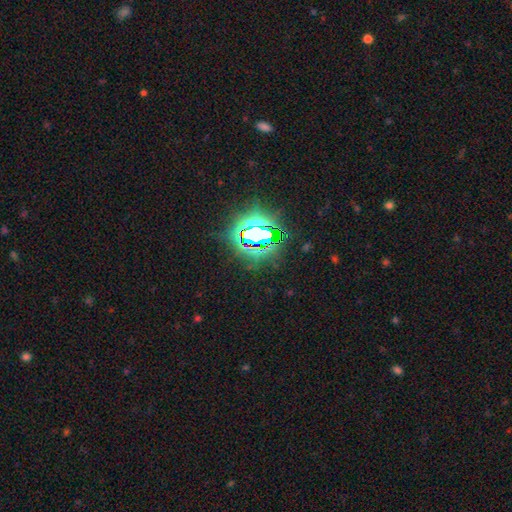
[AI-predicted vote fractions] A star or artifact, not a galaxy (86%).

Vote fractions:
- Smooth or featured? star or artifact: 86% / smooth: 9% / featured or disk: 6%